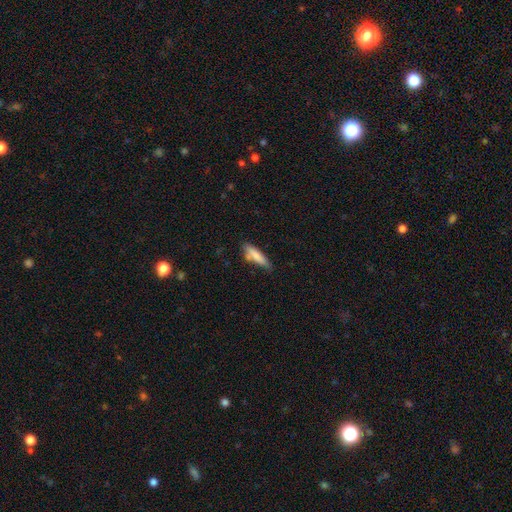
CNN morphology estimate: Q: Smooth or featured?
A: smooth (79%); runner-up: featured or disk (14%)
Q: How rounded?
A: cigar-shaped (66%); runner-up: in between (32%)
Q: Merging?
A: none (59%); runner-up: minor disturbance (27%)